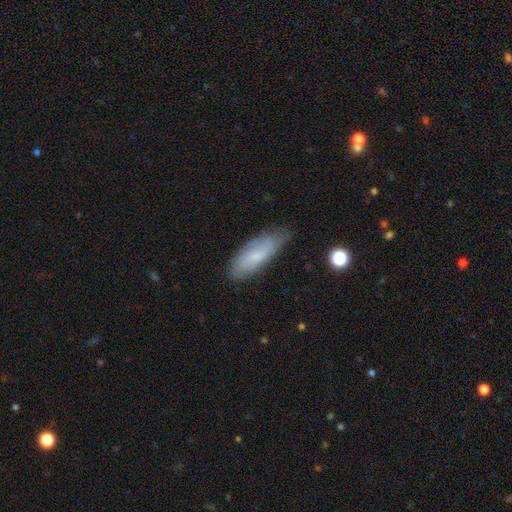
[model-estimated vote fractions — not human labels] This appears to be a smooth galaxy with no disk features (62%) that is in between round and cigar-shaped (64%). Merging: none (69%).